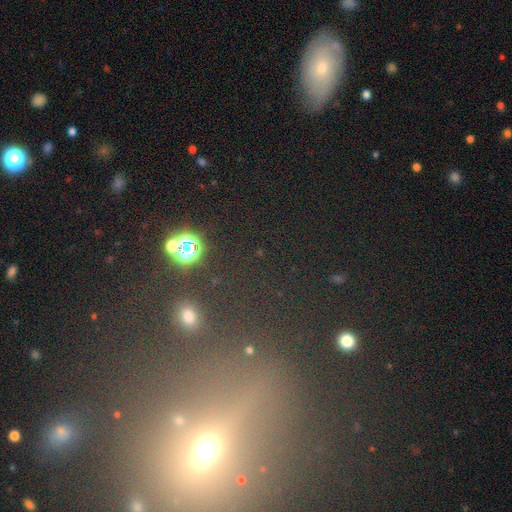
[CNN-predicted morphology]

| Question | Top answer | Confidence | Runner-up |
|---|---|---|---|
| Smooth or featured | star or artifact | 49% | smooth (32%) |